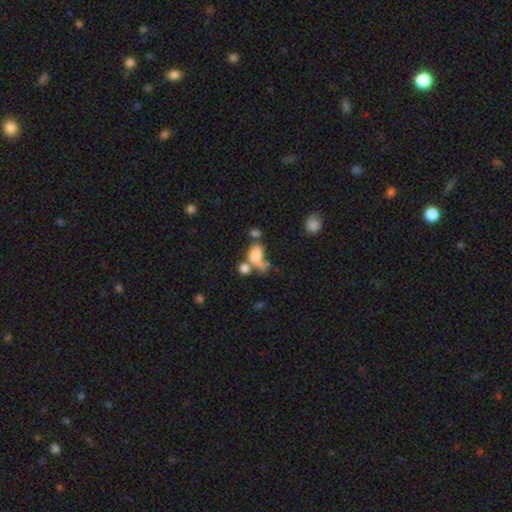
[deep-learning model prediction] Smooth or featured?
  - smooth: 68% *
  - featured or disk: 20%
  - star or artifact: 12%
How rounded?
  - in between: 76% *
  - round: 21%
  - cigar-shaped: 4%
Merging?
  - merger: 48% *
  - none: 20%
  - major disturbance: 20%
  - minor disturbance: 12%